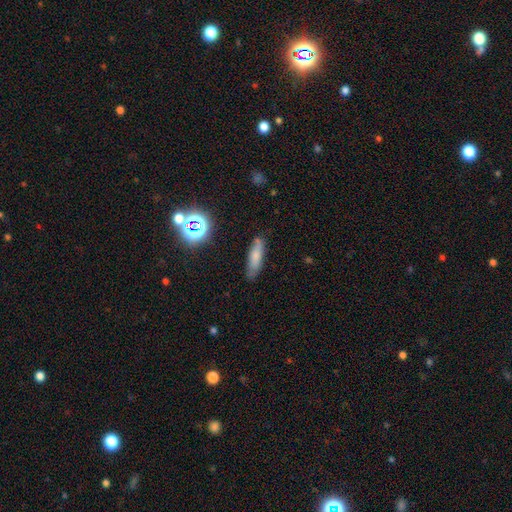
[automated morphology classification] Overall: smooth (70%). How rounded: cigar-shaped (64%; in between 33%). Merging: none (77%).